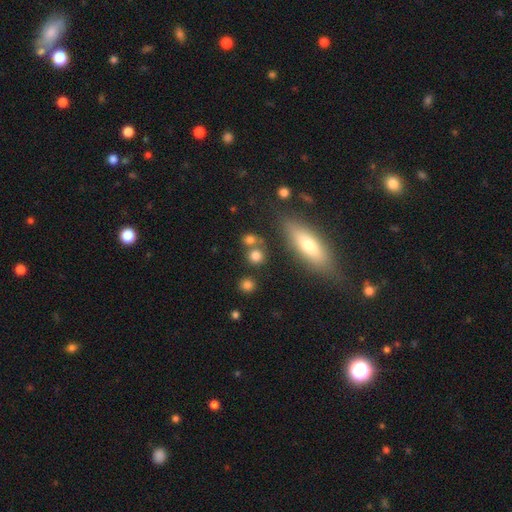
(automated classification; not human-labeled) Q: Smooth or featured?
A: smooth (77%); runner-up: star or artifact (13%)
Q: How rounded?
A: round (83%); runner-up: in between (14%)
Q: Merging?
A: none (68%); runner-up: merger (19%)